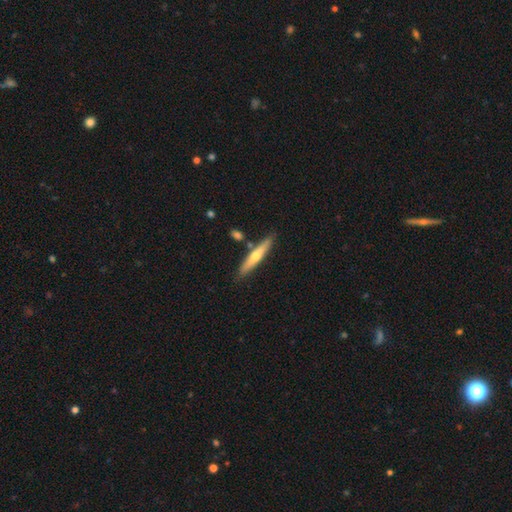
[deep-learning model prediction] This appears to be a featured or disk galaxy (49%). Merging: none (82%).